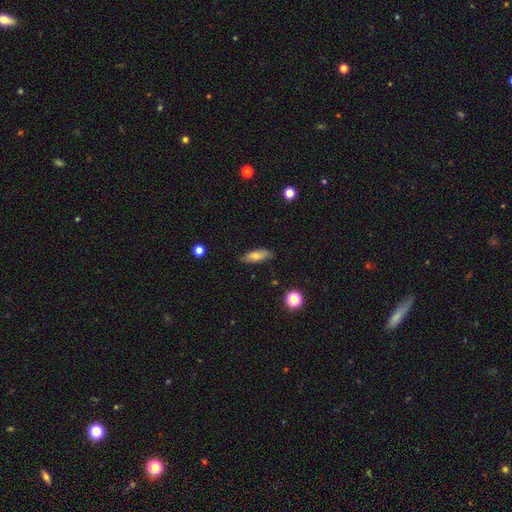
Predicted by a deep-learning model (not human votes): smooth-or-featured: smooth: 68% | featured or disk: 24% | star or artifact: 8%
  how-rounded: in between: 61% | cigar-shaped: 35% | round: 3%
  merging: none: 82% | minor disturbance: 14% | major disturbance: 2% | merger: 1%